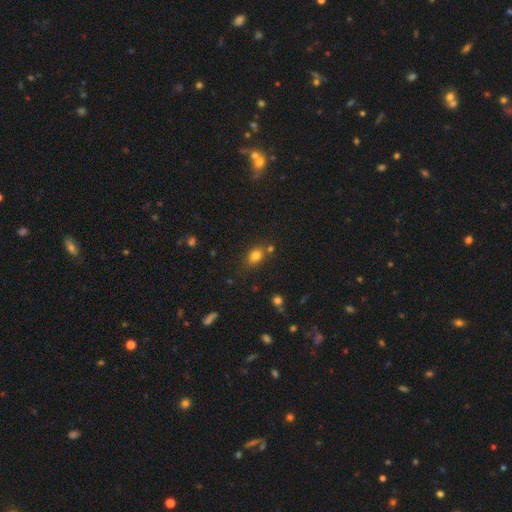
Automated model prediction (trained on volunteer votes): The model was most divided on "how rounded": in between: 69%, round: 29%, cigar-shaped: 2%. More confident: smooth or featured — smooth (79%); merging — none (71%).